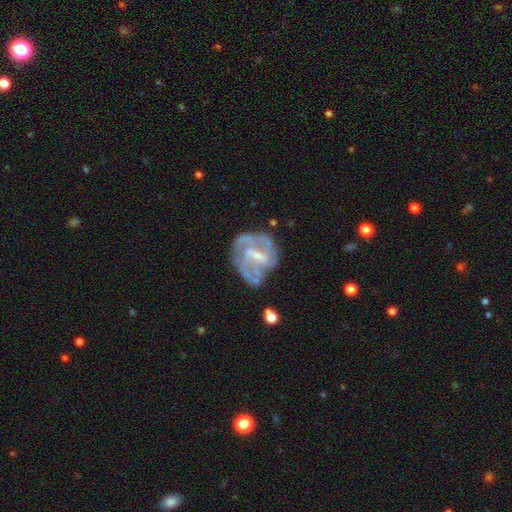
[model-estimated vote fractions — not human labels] Overall: featured or disk (83%). Edge-on disk: no (98%). Bar: weak (52%; no 25%). Spiral arms: yes (83%). Spiral arm count: can't tell (30%; 2 28%). Spiral winding: medium (44%; tight 39%). Bulge size: small (63%; moderate 25%). Merging: none (56%; minor disturbance 22%).